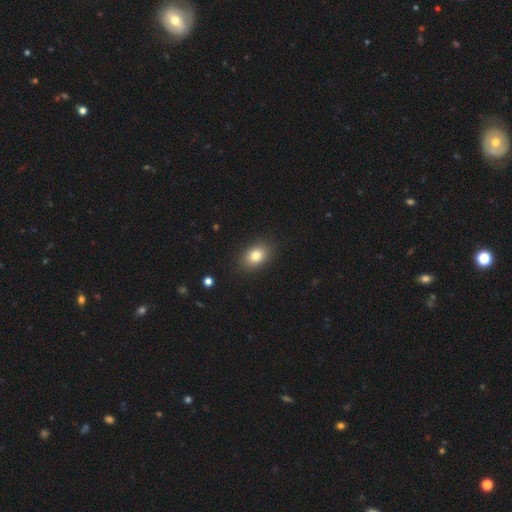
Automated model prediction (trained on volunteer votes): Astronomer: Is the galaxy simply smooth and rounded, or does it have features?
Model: smooth — 81%.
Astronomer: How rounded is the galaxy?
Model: in between — 77%.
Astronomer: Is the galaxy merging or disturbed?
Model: none — 88%.